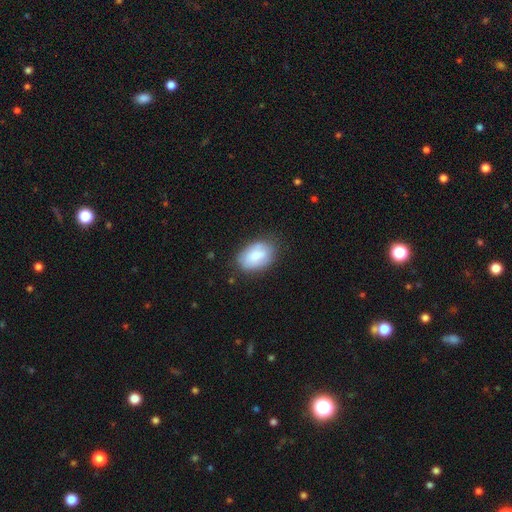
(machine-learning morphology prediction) A smooth galaxy with no disk features (77%) that is in between round and cigar-shaped (86%). Merging: none (73%).